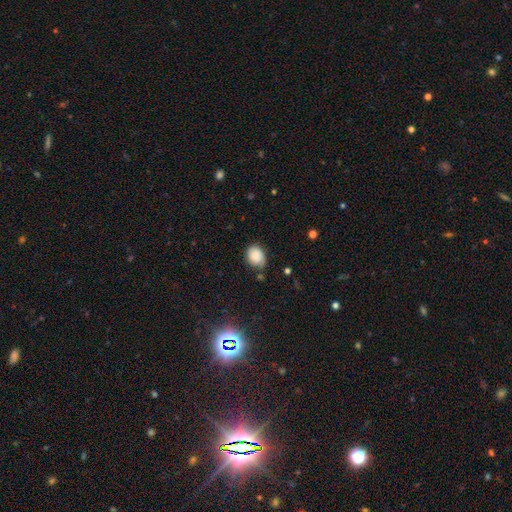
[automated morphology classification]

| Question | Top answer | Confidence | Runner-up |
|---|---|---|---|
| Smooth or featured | smooth | 79% | featured or disk (12%) |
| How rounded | in between | 59% | round (41%) |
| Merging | none | 65% | minor disturbance (27%) |